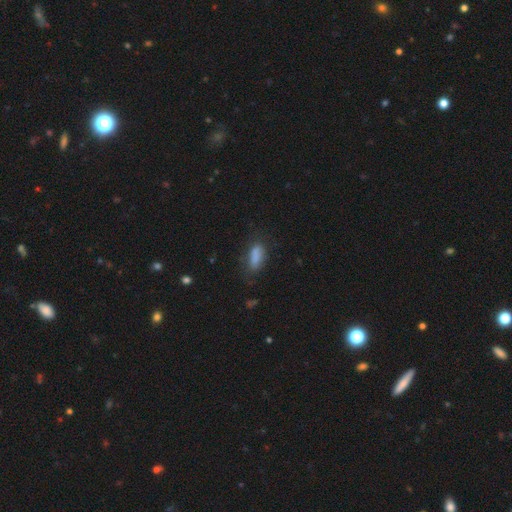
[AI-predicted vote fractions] smooth 81%, featured or disk 10%, star or artifact 9%. Down the decision tree: how rounded — in between (77%); merging — none (64%).